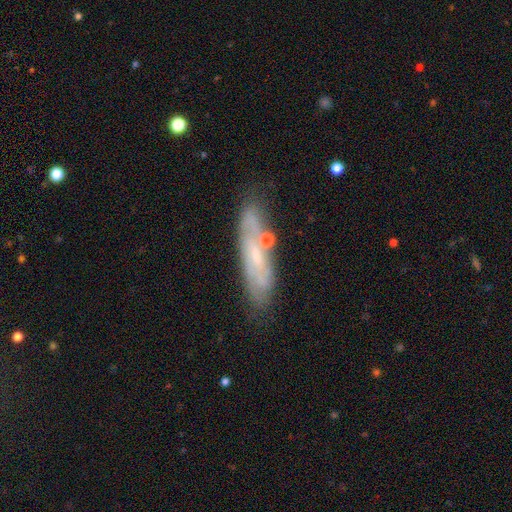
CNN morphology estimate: Smooth or featured? Predicted: featured or disk (p=0.58). Edge-on disk? Predicted: no (p=0.61). Merging? Predicted: none (p=0.69).